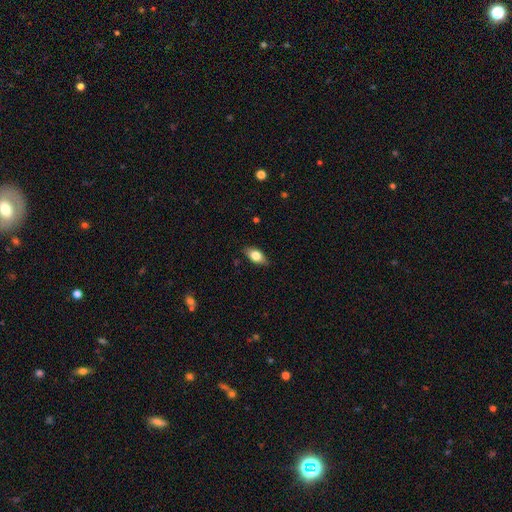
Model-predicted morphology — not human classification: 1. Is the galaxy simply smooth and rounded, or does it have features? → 75% smooth, 18% featured or disk, 7% star or artifact.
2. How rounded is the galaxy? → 86% in between, 7% cigar-shaped, 7% round.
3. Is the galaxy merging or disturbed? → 83% none, 13% minor disturbance, 3% major disturbance, 1% merger.